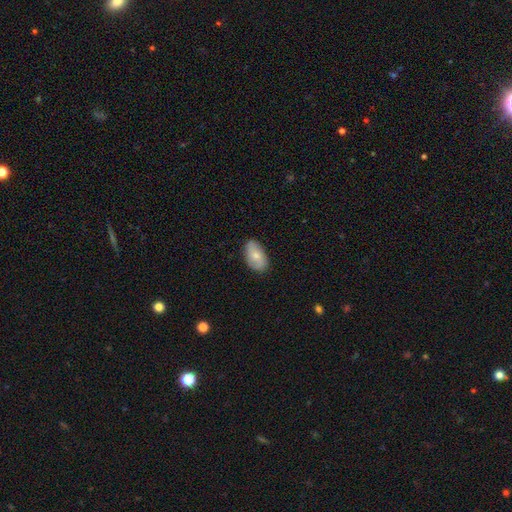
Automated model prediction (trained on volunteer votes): Morphology: type=smooth (63%); roundness=in between (92%); merging=none (80%).